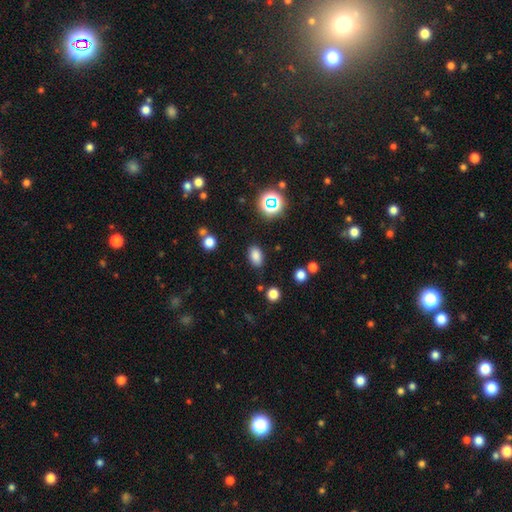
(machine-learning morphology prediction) smooth_or_featured: smooth (p=0.81) [alt: star or artifact p=0.14]
how_rounded: in between (p=0.87) [alt: round p=0.11]
merging: none (p=0.83) [alt: minor disturbance p=0.12]